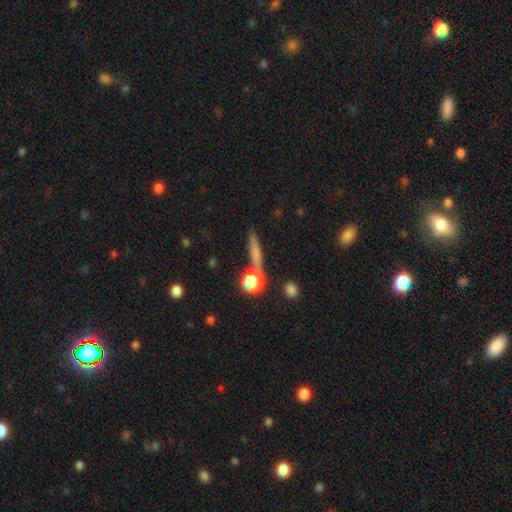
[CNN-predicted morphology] smooth-or-featured: smooth: 50% | featured or disk: 34% | star or artifact: 16%
  how-rounded: cigar-shaped: 72% | round: 16% | in between: 12%
  merging: none: 73% | minor disturbance: 11% | merger: 10% | major disturbance: 5%